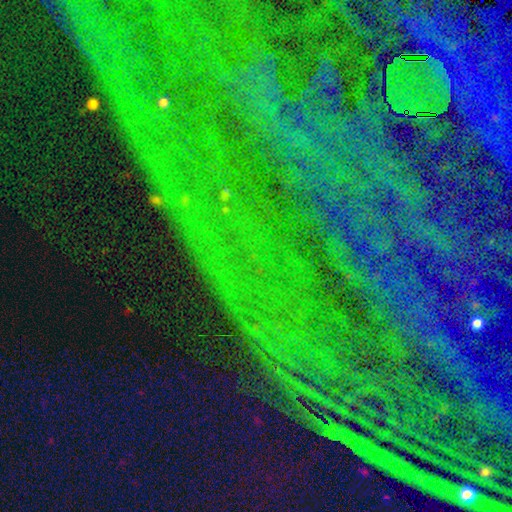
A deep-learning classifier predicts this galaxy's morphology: This is clearly a star or artifact rather than a galaxy (85%).